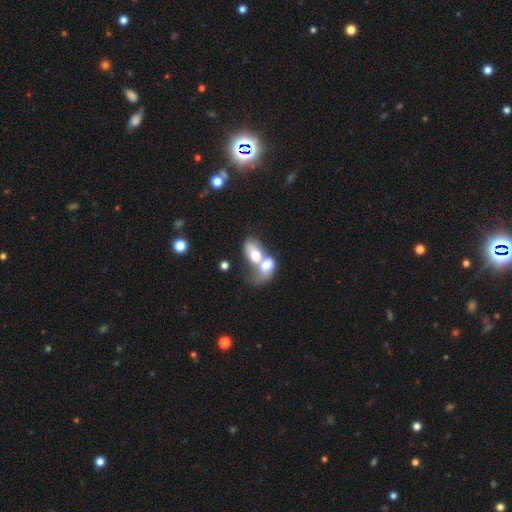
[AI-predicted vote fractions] Smooth or featured: smooth — 65% (featured or disk — 27%)
How rounded: in between — 82% (round — 16%)
Merging: merger — 81% (major disturbance — 8%)